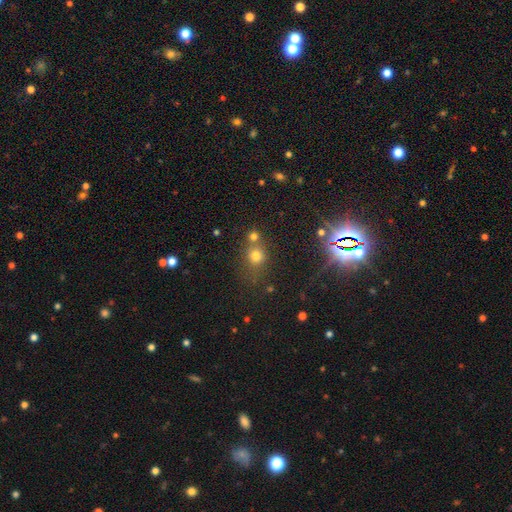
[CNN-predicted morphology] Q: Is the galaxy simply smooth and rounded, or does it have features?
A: smooth — 67%.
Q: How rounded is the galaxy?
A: round — 79%.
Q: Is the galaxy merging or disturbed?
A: none — 54%.